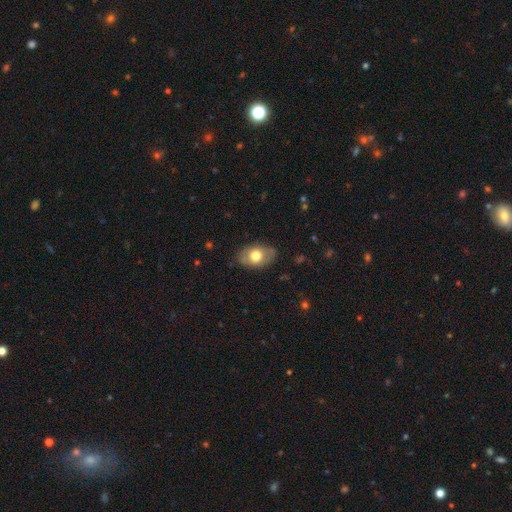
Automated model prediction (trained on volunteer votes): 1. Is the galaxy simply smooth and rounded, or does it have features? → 66% smooth, 27% featured or disk, 7% star or artifact.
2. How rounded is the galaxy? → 84% in between, 15% round, 1% cigar-shaped.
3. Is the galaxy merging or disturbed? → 80% none, 15% minor disturbance, 4% major disturbance, 1% merger.